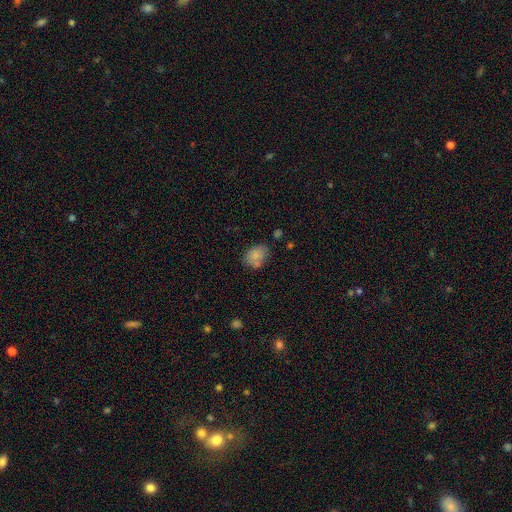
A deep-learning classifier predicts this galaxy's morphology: A smooth galaxy with no disk features (81%) that is in between round and cigar-shaped (72%).

Vote fractions:
- Smooth or featured? smooth: 81% / featured or disk: 11% / star or artifact: 9%
- How rounded? in between: 72% / round: 27% / cigar-shaped: 1%
- Merging? none: 63% / minor disturbance: 20% / merger: 12% / major disturbance: 5%